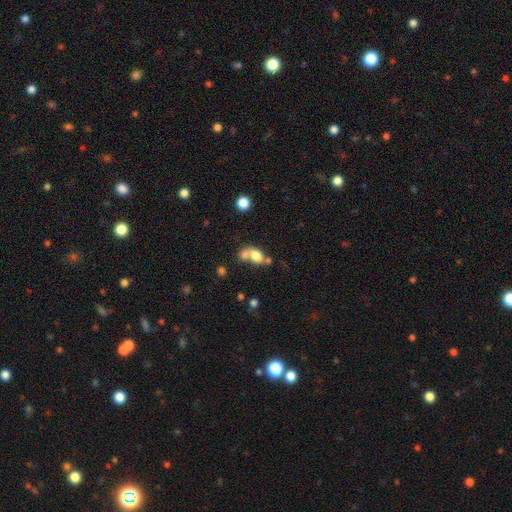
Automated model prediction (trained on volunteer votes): Overall: smooth (72%). How rounded: in between (72%). Merging: merger (59%; none 25%).